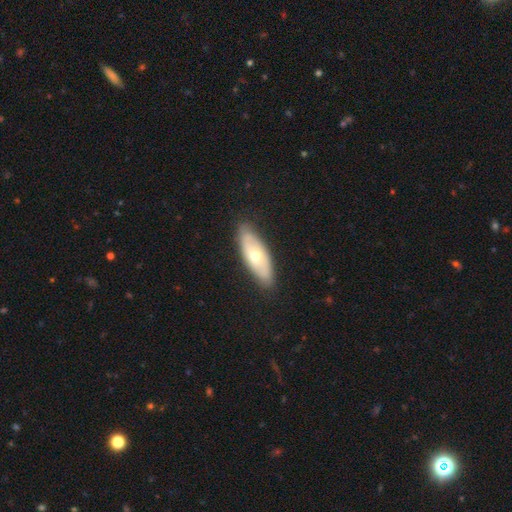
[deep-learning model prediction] A featured or disk galaxy (47%, tied with smooth). Merging: none (85%).